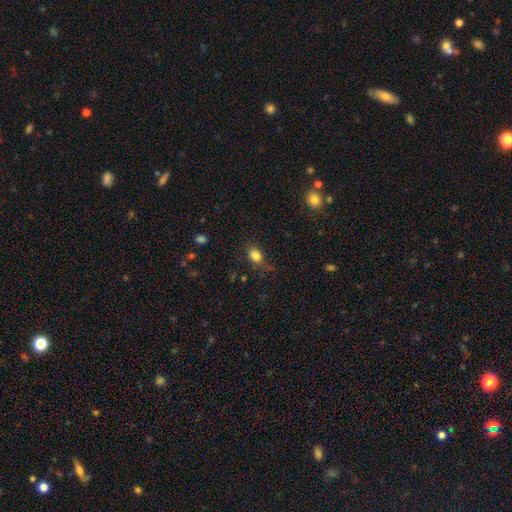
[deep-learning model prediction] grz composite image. It shows a smooth galaxy with no disk features (83%) that is in between round and cigar-shaped (59%). Merging: none (74%).